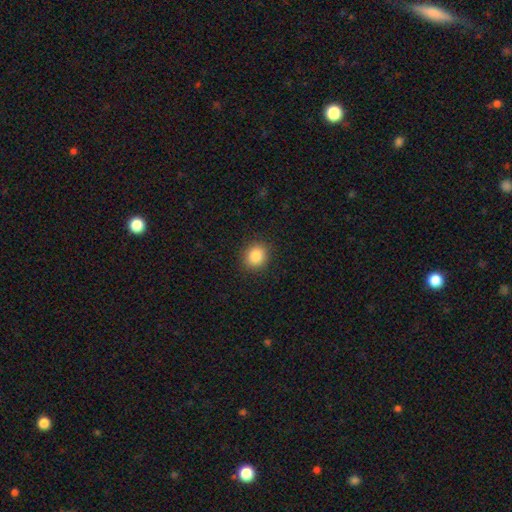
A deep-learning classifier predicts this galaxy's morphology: type=smooth (85%); roundness=round (76%); merging=none (90%).